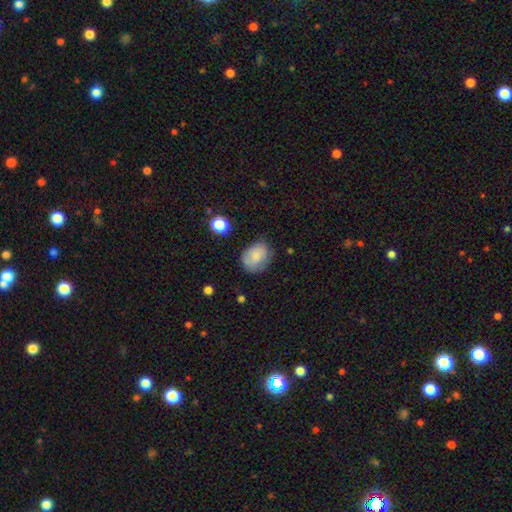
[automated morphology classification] Smooth or featured?
  - smooth: 79% *
  - featured or disk: 13%
  - star or artifact: 8%
How rounded?
  - in between: 59% *
  - round: 40%
  - cigar-shaped: 1%
Merging?
  - none: 66% *
  - minor disturbance: 25%
  - major disturbance: 7%
  - merger: 2%